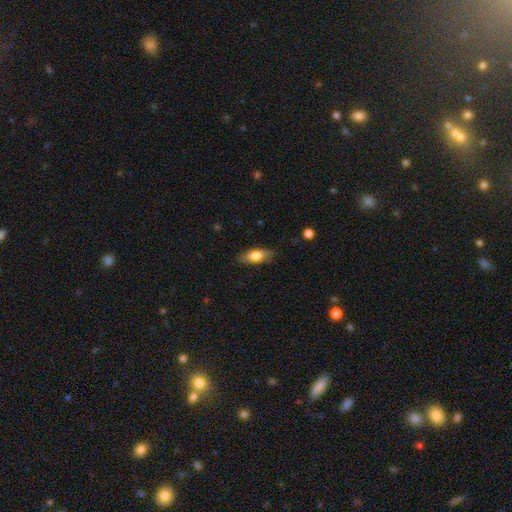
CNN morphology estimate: Overall: smooth (74%). How rounded: in between (77%). Merging: none (83%).